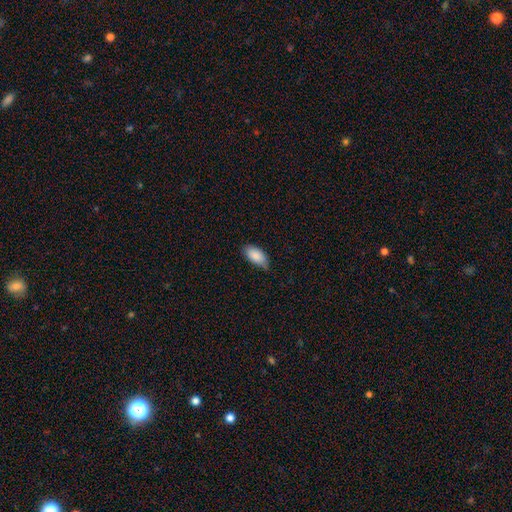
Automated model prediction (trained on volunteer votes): This is clearly a smooth galaxy (88%). How rounded: clearly in between (93%). Merging: likely none (69%).